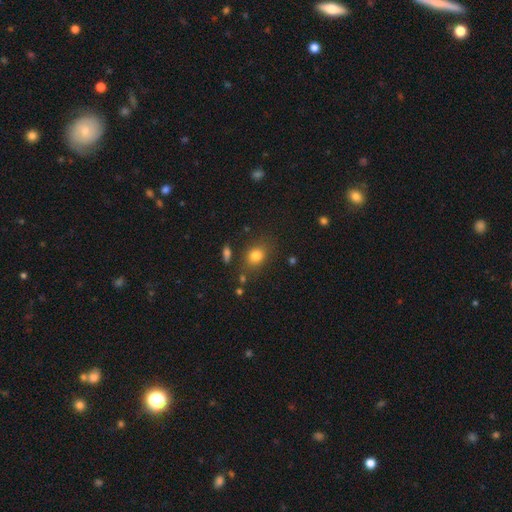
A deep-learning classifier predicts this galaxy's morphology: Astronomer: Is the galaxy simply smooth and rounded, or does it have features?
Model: smooth — 81%.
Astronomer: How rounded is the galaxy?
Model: in between — 54% (runner-up: round, 44%).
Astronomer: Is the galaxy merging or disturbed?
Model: none — 76%.